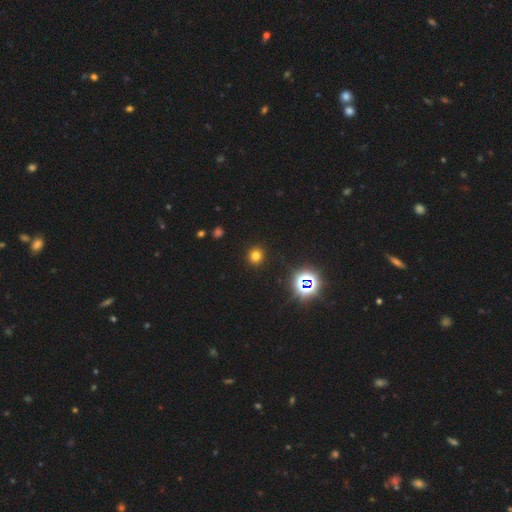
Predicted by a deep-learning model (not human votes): This appears to be a smooth galaxy with no disk features (73%) that is round (89%). Merging: none (91%).